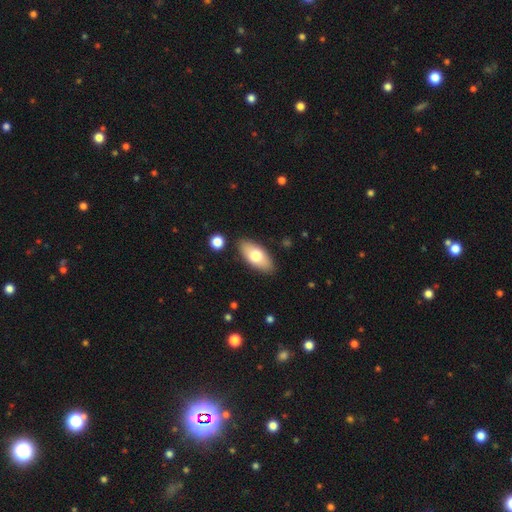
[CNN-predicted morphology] The model was most divided on "smooth or featured": smooth: 71%, featured or disk: 23%, star or artifact: 6%. More confident: how rounded — in between (88%); merging — none (87%).